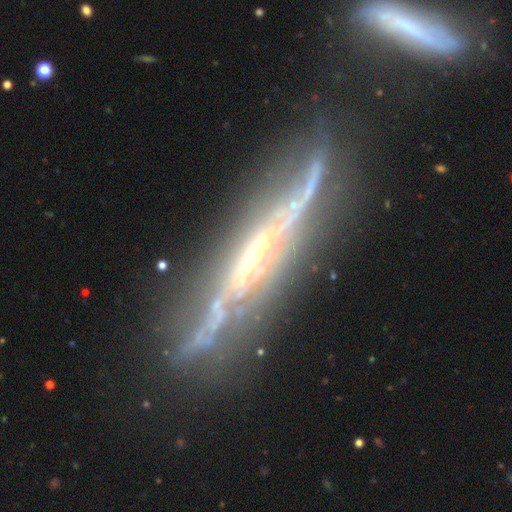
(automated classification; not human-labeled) The model was most divided on "edge-on bulge": none: 45%, rounded: 41%, boxy: 14%. More confident: smooth or featured — featured or disk (85%); edge-on disk — yes (82%); merging — none (61%).